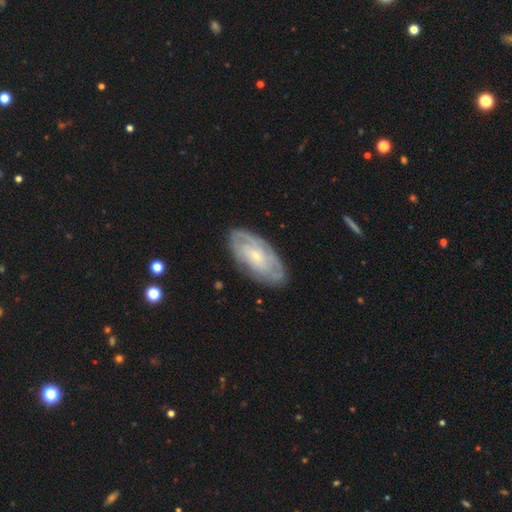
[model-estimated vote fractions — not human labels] Q: Smooth or featured?
A: featured or disk (66%); runner-up: smooth (27%)
Q: Edge-on disk?
A: no (91%); runner-up: yes (9%)
Q: Bar?
A: no (75%); runner-up: weak (21%)
Q: Spiral arms?
A: yes (78%); runner-up: no (22%)
Q: Bulge size?
A: small (75%); runner-up: moderate (20%)
Q: Merging?
A: none (80%); runner-up: minor disturbance (15%)